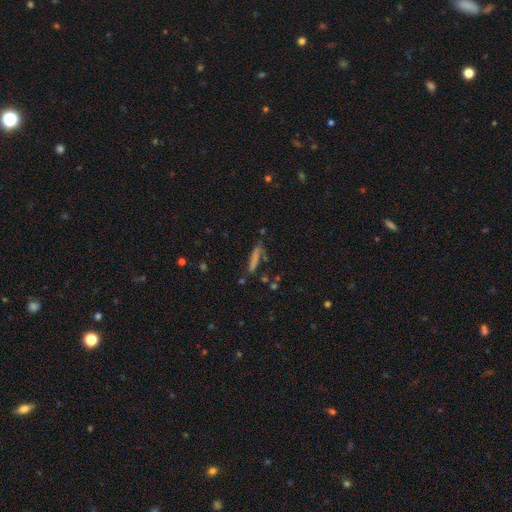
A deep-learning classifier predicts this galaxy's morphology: A smooth galaxy with no disk features (61%) that is cigar-shaped (87%).

Vote fractions:
- Smooth or featured? smooth: 61% / featured or disk: 24% / star or artifact: 14%
- How rounded? cigar-shaped: 87% / in between: 11% / round: 3%
- Merging? none: 66% / minor disturbance: 19% / major disturbance: 8% / merger: 6%